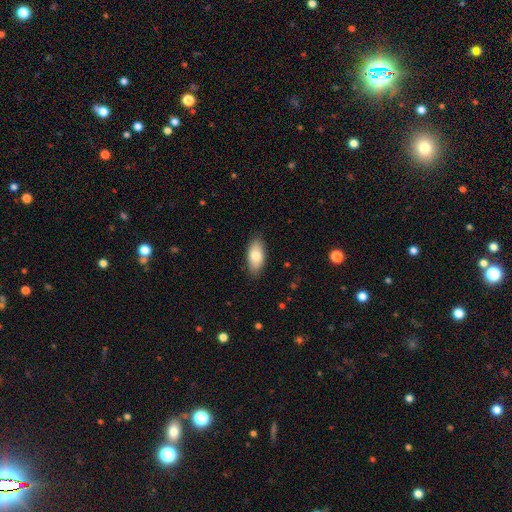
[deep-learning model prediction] smooth 82%, featured or disk 12%, star or artifact 6%. Down the decision tree: how rounded — in between (89%); merging — none (85%).